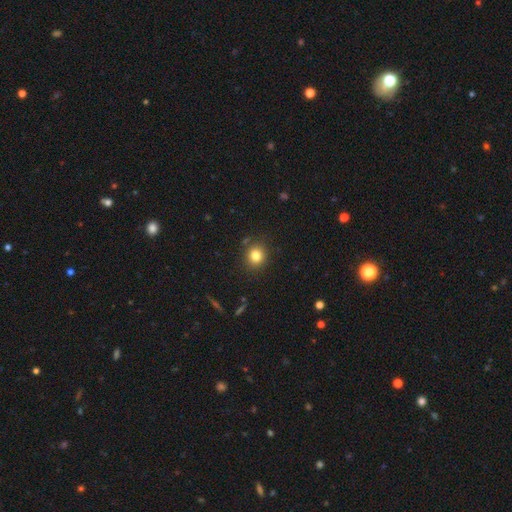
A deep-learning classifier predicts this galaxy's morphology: Q: Smooth or featured?
A: smooth (81%); runner-up: star or artifact (13%)
Q: How rounded?
A: round (85%); runner-up: in between (14%)
Q: Merging?
A: none (86%); runner-up: minor disturbance (9%)